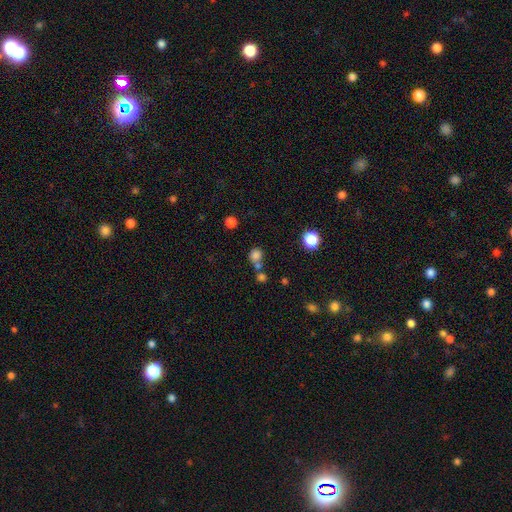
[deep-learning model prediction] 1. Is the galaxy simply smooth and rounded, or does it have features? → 78% smooth, 16% star or artifact, 6% featured or disk.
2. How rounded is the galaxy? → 82% round, 17% in between, 1% cigar-shaped.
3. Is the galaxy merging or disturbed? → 55% none, 31% merger, 9% minor disturbance, 5% major disturbance.